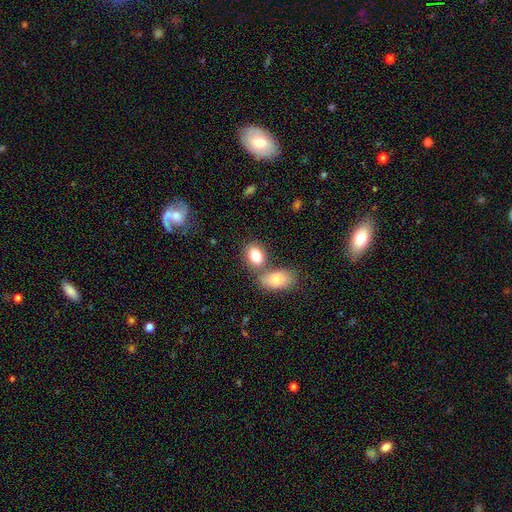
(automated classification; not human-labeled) Smooth or featured: smooth — 80% (featured or disk — 11%)
How rounded: in between — 81% (round — 17%)
Merging: none — 51% (merger — 35%)